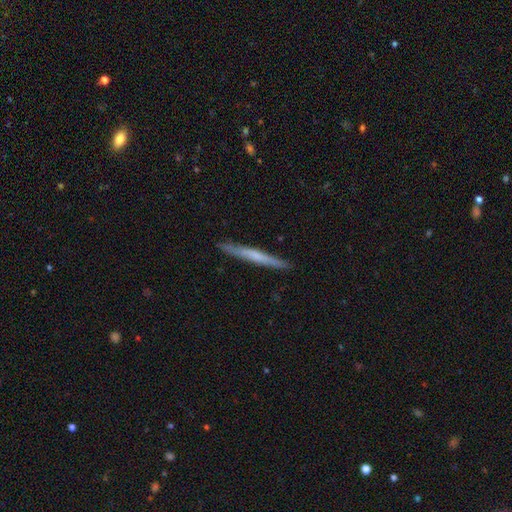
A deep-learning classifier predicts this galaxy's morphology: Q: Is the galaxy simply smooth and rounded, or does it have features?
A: featured or disk — 48%.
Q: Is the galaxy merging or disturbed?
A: none — 90%.